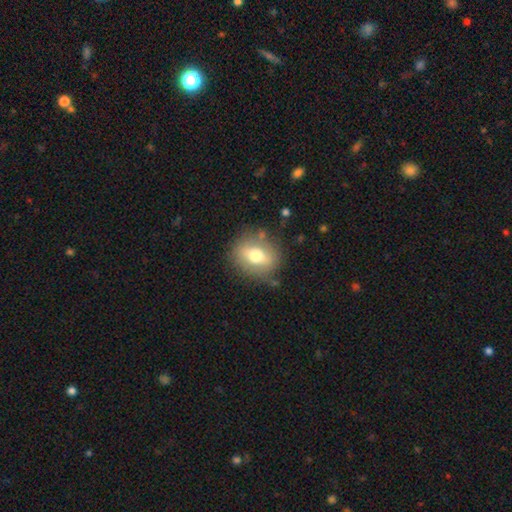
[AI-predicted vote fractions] The model was most divided on "how rounded": round: 58%, in between: 40%, cigar-shaped: 2%. More confident: merging — none (75%); smooth or featured — smooth (60%).